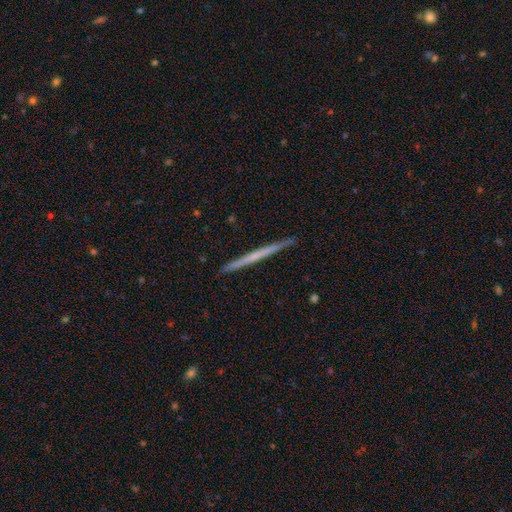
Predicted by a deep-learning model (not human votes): smooth-or-featured: featured or disk: 55% | smooth: 39% | star or artifact: 5%
  disk-edge-on: yes: 98% | no: 2%
    edge-on-bulge: none: 87% | rounded: 10% | boxy: 4%
  merging: none: 92% | minor disturbance: 5% | major disturbance: 1% | merger: 1%